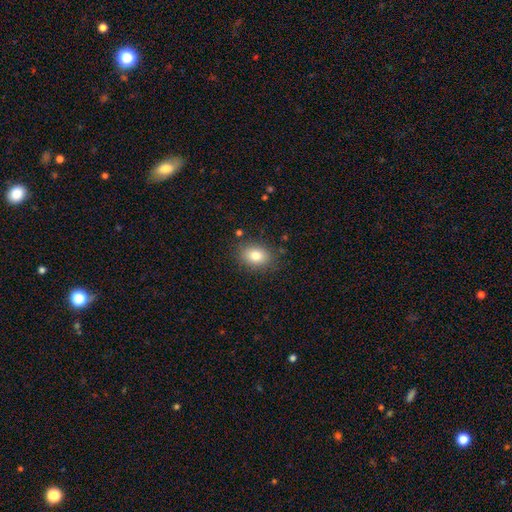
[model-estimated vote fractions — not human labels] Smooth or featured?
  - smooth: 81% *
  - featured or disk: 10%
  - star or artifact: 9%
How rounded?
  - in between: 71% *
  - round: 28%
  - cigar-shaped: 1%
Merging?
  - none: 84% *
  - minor disturbance: 11%
  - major disturbance: 3%
  - merger: 2%